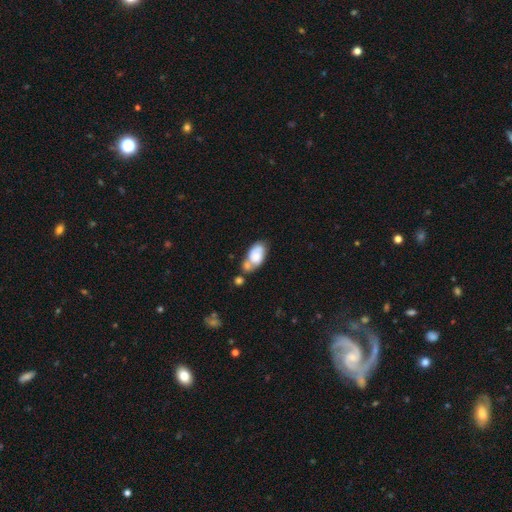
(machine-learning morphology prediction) smooth-or-featured: smooth: 66% | featured or disk: 27% | star or artifact: 8%
  how-rounded: in between: 91% | round: 5% | cigar-shaped: 4%
  merging: merger: 43% | none: 29% | minor disturbance: 19% | major disturbance: 9%